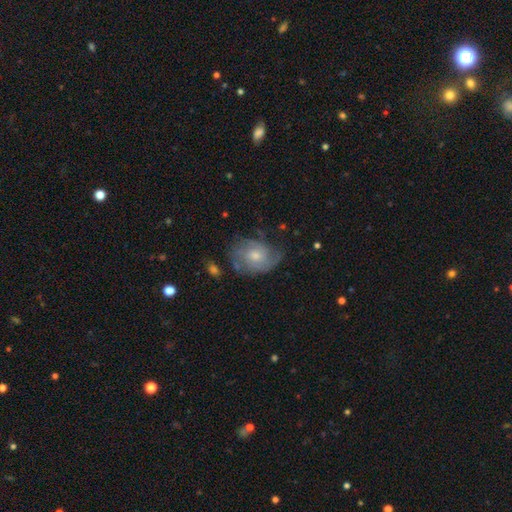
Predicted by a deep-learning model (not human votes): smooth_or_featured: featured or disk (p=0.60) [alt: smooth p=0.33]
disk_edge_on: no (p=0.97) [alt: yes p=0.03]
bar: no (p=0.76) [alt: weak p=0.21]
has_spiral_arms: yes (p=0.80) [alt: no p=0.20]
bulge_size: moderate (p=0.57) [alt: small p=0.32]
merging: none (p=0.57) [alt: minor disturbance p=0.27]